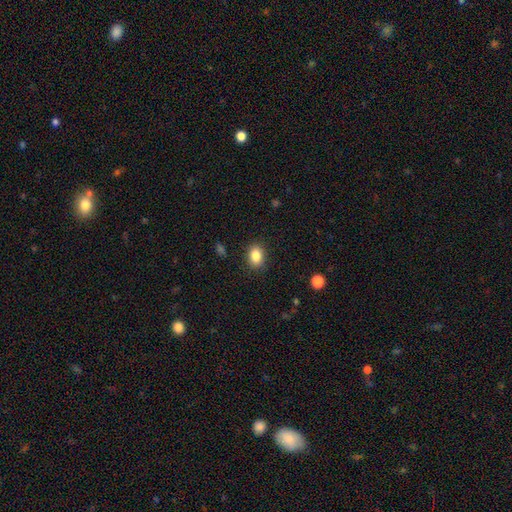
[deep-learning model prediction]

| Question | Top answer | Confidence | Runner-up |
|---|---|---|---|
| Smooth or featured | smooth | 86% | star or artifact (9%) |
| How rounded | in between | 69% | round (30%) |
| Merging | none | 87% | minor disturbance (9%) |